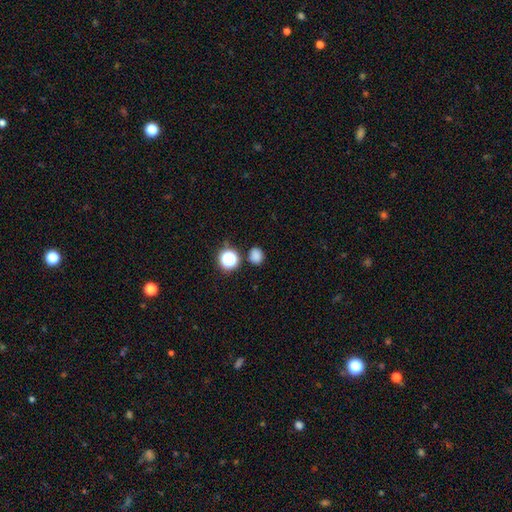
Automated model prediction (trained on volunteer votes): A smooth galaxy with no disk features (78%) that is round (67%). Merging: none (80%).